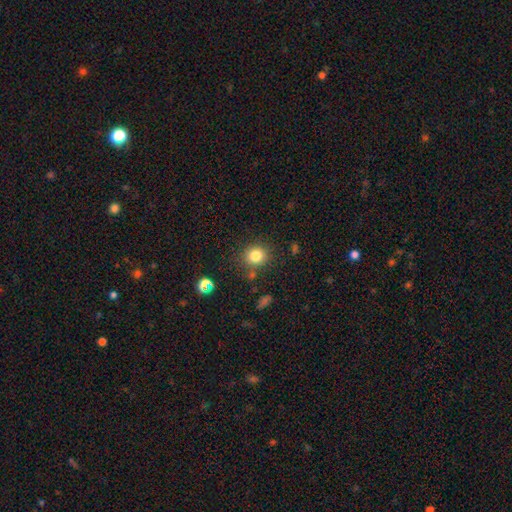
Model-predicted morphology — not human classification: This appears to be a smooth galaxy with no disk features (82%) that is round (81%). Merging: none (82%).